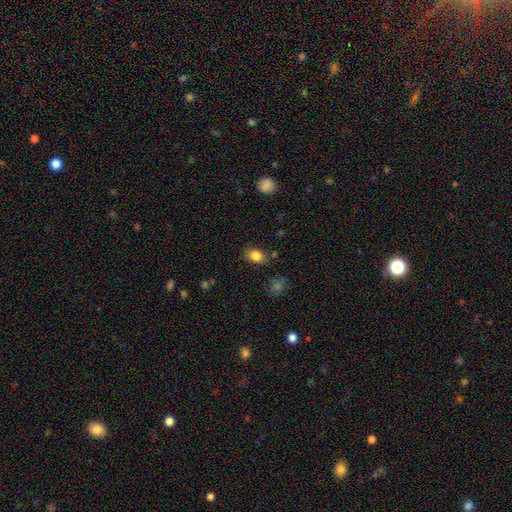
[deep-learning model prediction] A smooth galaxy with no disk features (84%) that is in between round and cigar-shaped (70%). Merging: none (81%).